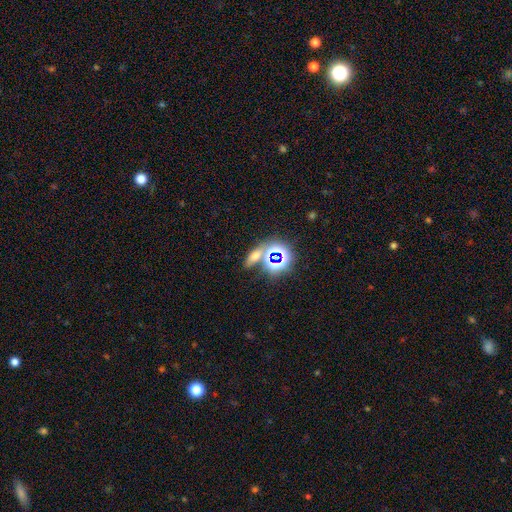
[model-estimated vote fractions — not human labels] Smooth or featured? Predicted: smooth (p=0.48). Merging? Predicted: none (p=0.64).